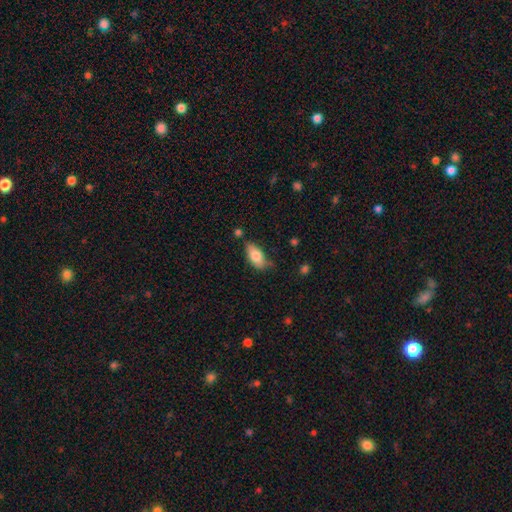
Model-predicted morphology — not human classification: smooth_or_featured: smooth (p=0.79) [alt: featured or disk p=0.14]
how_rounded: in between (p=0.88) [alt: cigar-shaped p=0.09]
merging: none (p=0.65) [alt: minor disturbance p=0.25]